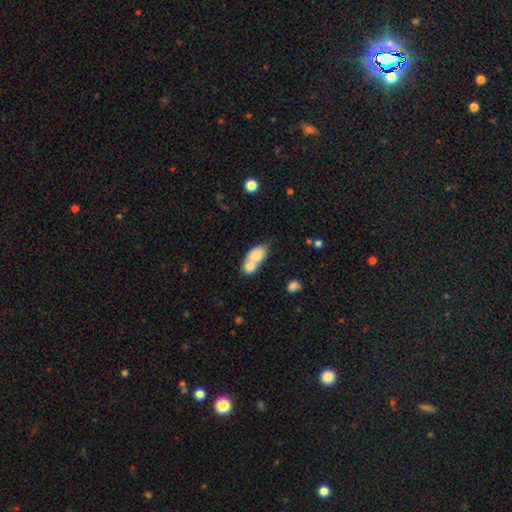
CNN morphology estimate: smooth_or_featured: smooth (p=0.74) [alt: featured or disk p=0.19]
how_rounded: in between (p=0.79) [alt: round p=0.15]
merging: merger (p=0.70) [alt: none p=0.20]